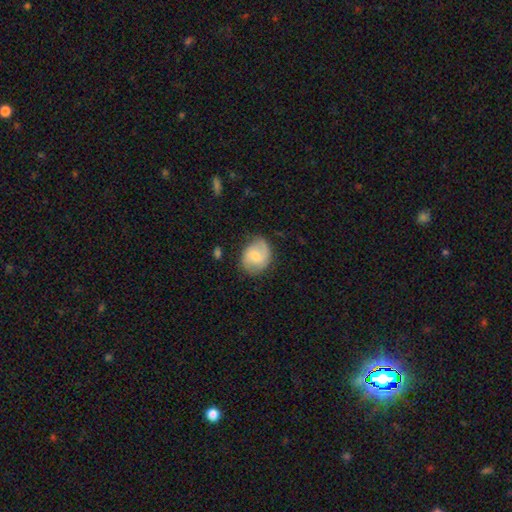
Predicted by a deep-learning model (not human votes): Morphology: type=smooth (51%); roundness=round (57%); merging=none (73%).